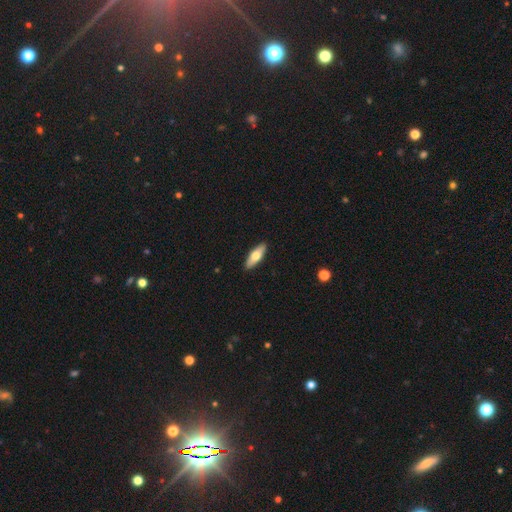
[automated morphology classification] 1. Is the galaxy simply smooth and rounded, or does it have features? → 64% smooth, 31% featured or disk, 5% star or artifact.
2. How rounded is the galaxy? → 57% in between, 41% cigar-shaped, 2% round.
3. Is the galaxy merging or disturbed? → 90% none, 7% minor disturbance, 1% major disturbance, 1% merger.